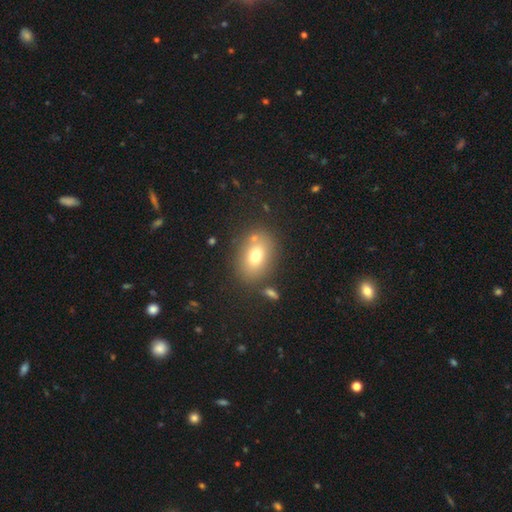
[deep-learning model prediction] A smooth galaxy with no disk features (74%) that is in between round and cigar-shaped (73%). Merging: none (76%).